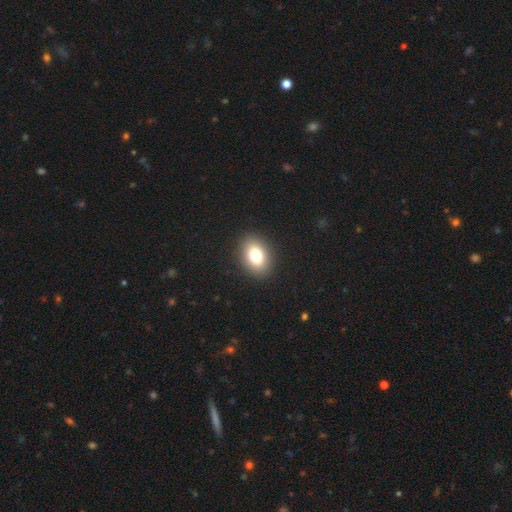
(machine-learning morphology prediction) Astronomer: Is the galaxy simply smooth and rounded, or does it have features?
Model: smooth — 79%.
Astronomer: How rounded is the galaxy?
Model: in between — 80%.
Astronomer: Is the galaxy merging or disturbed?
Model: none — 90%.